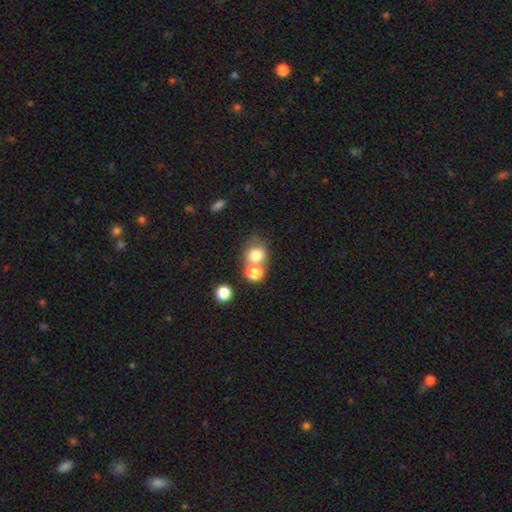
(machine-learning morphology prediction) This appears to be a smooth galaxy with no disk features (75%) that is round (68%). Merging: none (45%).